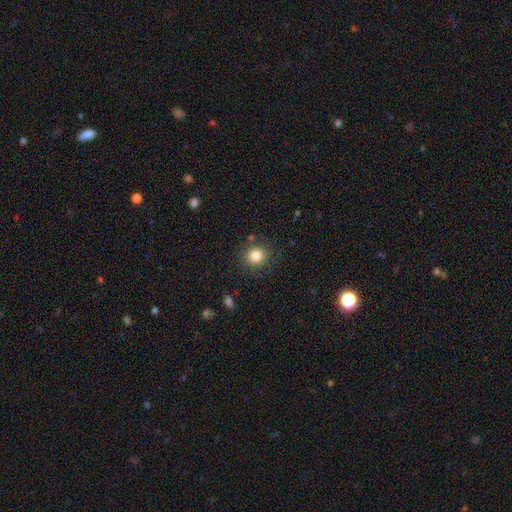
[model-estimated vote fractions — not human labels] Smooth or featured: smooth — 82% (star or artifact — 11%)
How rounded: round — 85% (in between — 14%)
Merging: none — 86% (minor disturbance — 9%)